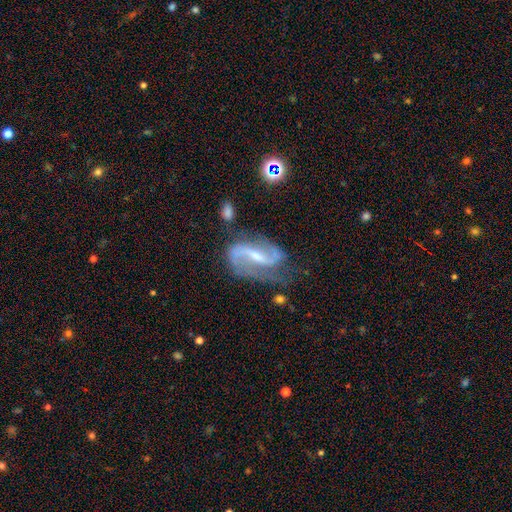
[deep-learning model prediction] The model was most divided on "bar": weak: 46%, strong: 40%, no: 15%. More confident: edge-on disk — no (97%); spiral arms — yes (97%); spiral arm count — 2 (91%); smooth or featured — featured or disk (89%); merging — none (58%); bulge size — small (55%); spiral winding — loose (54%).